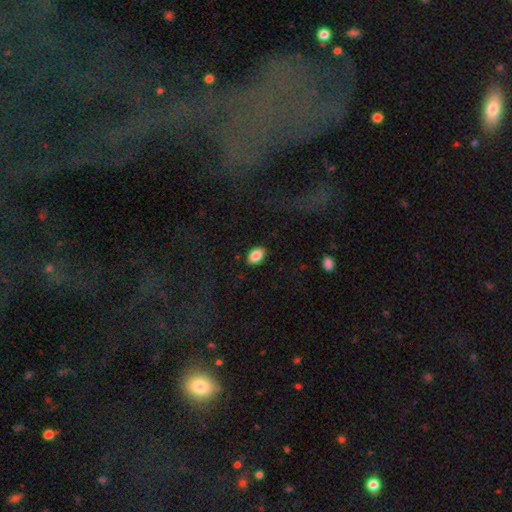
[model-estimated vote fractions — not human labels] Morphology: type=smooth (86%); roundness=in between (90%); merging=none (88%).